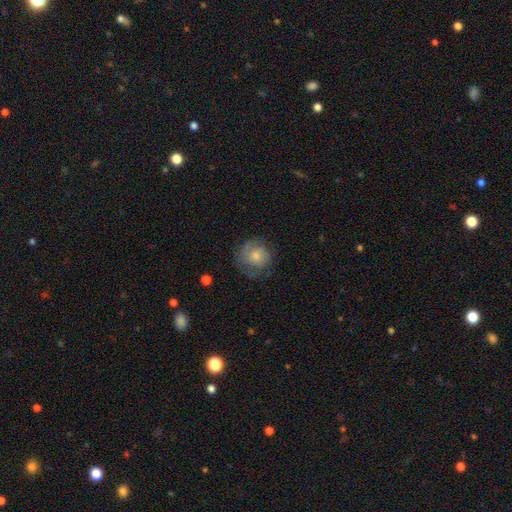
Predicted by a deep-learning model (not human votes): Smooth or featured?
  - smooth: 59% *
  - featured or disk: 33%
  - star or artifact: 8%
How rounded?
  - round: 87% *
  - in between: 12%
  - cigar-shaped: 1%
Merging?
  - none: 66% *
  - minor disturbance: 22%
  - major disturbance: 11%
  - merger: 1%